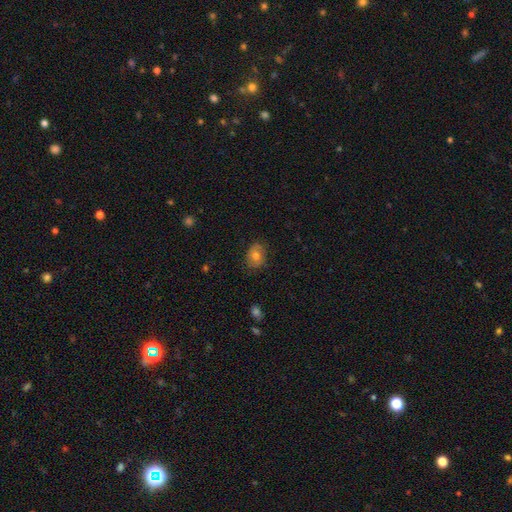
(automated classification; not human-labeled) Overall: smooth (69%). How rounded: in between (60%; round 39%). Merging: none (77%).